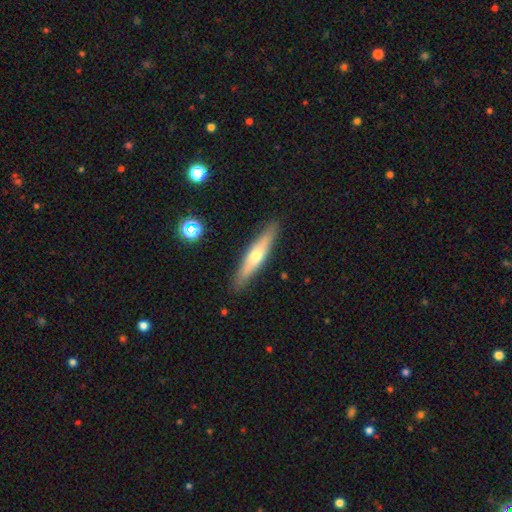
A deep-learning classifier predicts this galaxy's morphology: This appears to be a featured or disk galaxy (49%). Merging: none (89%).